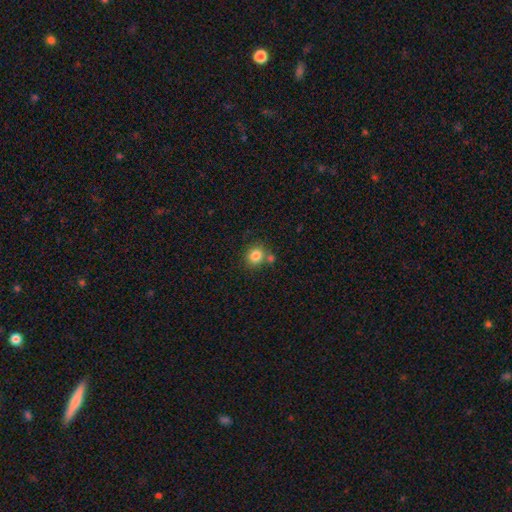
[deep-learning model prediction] This is clearly a smooth galaxy (82%). How rounded: likely round (78%). Merging: likely none (66%).